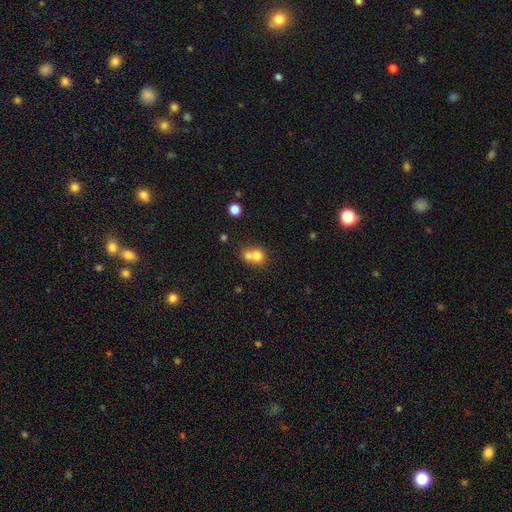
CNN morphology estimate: Overall: smooth (74%). How rounded: round (74%). Merging: merger (61%; none 29%).